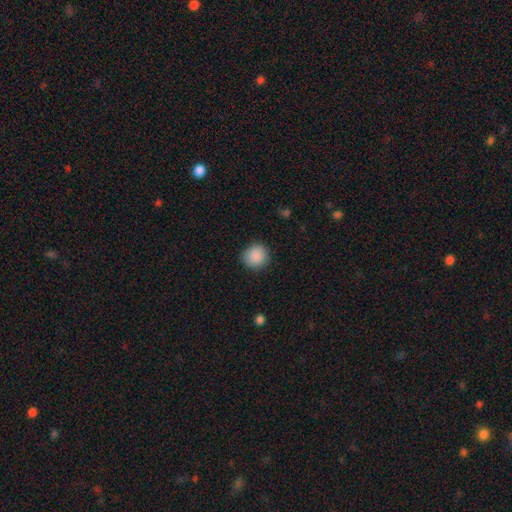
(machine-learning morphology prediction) This appears to be a smooth galaxy with no disk features (89%) that is round (90%). Merging: none (87%).